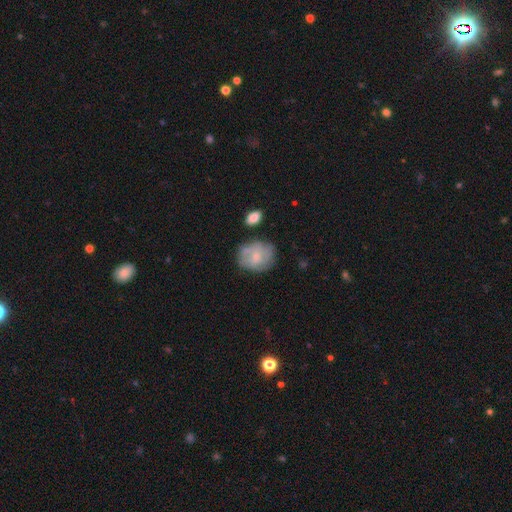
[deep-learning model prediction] A featured or disk galaxy (50%).

Vote fractions:
- Smooth or featured? featured or disk: 50% / smooth: 42% / star or artifact: 8%
- Edge-on disk? no: 97% / yes: 3%
- Merging? none: 65% / minor disturbance: 22% / major disturbance: 8% / merger: 6%